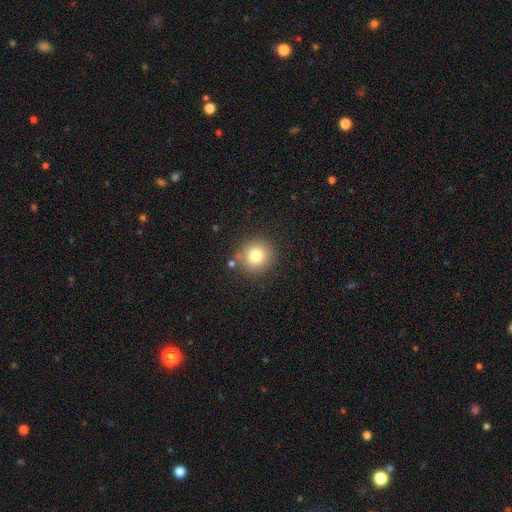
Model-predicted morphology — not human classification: smooth-or-featured: smooth: 78% | star or artifact: 12% | featured or disk: 10%
  how-rounded: round: 92% | in between: 7% | cigar-shaped: 1%
  merging: none: 84% | minor disturbance: 9% | merger: 5% | major disturbance: 3%